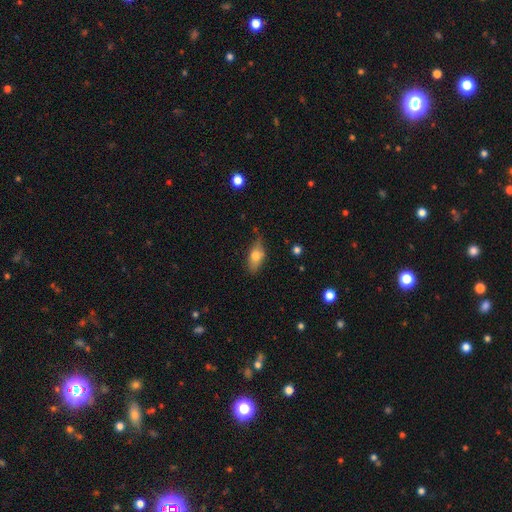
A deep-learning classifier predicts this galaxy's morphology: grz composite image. It shows a smooth galaxy with no disk features (70%) that is in between round and cigar-shaped (83%). Merging: none (64%).